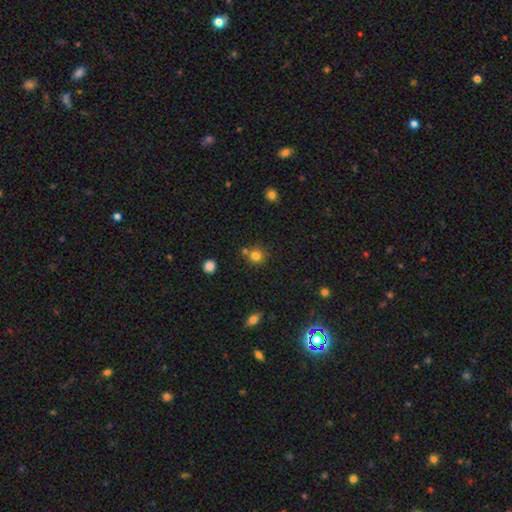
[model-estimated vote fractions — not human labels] smooth_or_featured: smooth (p=0.80) [alt: star or artifact p=0.13]
how_rounded: round (p=0.91) [alt: in between p=0.08]
merging: none (p=0.71) [alt: merger p=0.18]